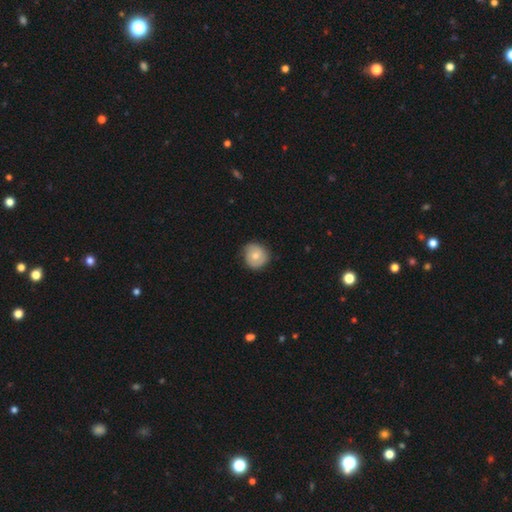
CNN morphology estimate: A smooth galaxy with no disk features (66%) that is round (86%). Merging: none (78%).